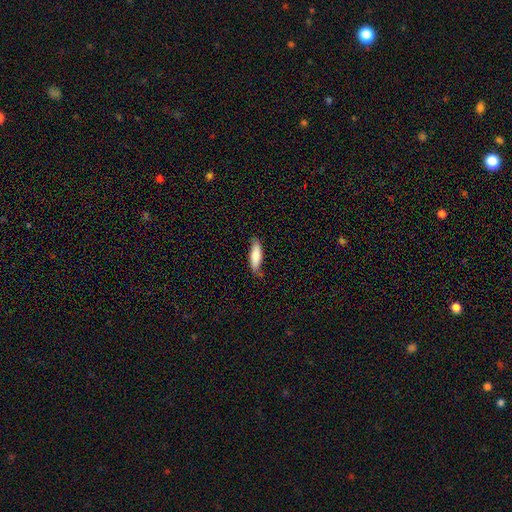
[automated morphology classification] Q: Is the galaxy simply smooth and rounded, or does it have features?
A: smooth — 80%.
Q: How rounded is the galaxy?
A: cigar-shaped — 53%.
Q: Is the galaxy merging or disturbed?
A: none — 72%.